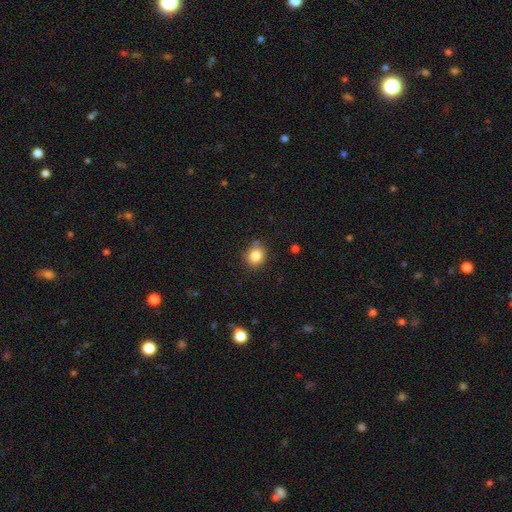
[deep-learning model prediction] A smooth galaxy with no disk features (84%) that is round (72%).

Vote fractions:
- Smooth or featured? smooth: 84% / star or artifact: 10% / featured or disk: 6%
- How rounded? round: 72% / in between: 27% / cigar-shaped: 1%
- Merging? none: 80% / minor disturbance: 13% / merger: 4% / major disturbance: 3%